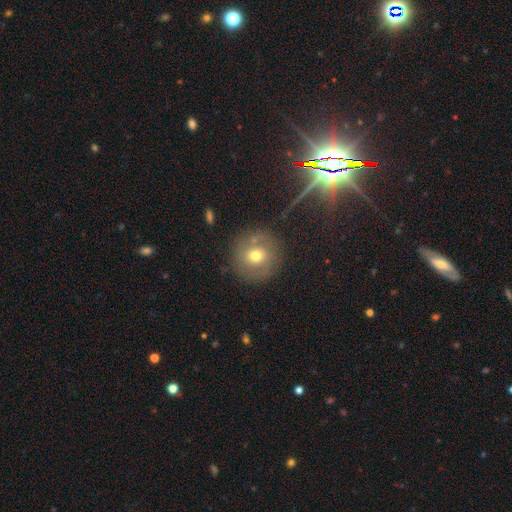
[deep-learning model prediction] smooth 59%, featured or disk 29%, star or artifact 12%. Down the decision tree: how rounded — round (94%); merging — none (82%).